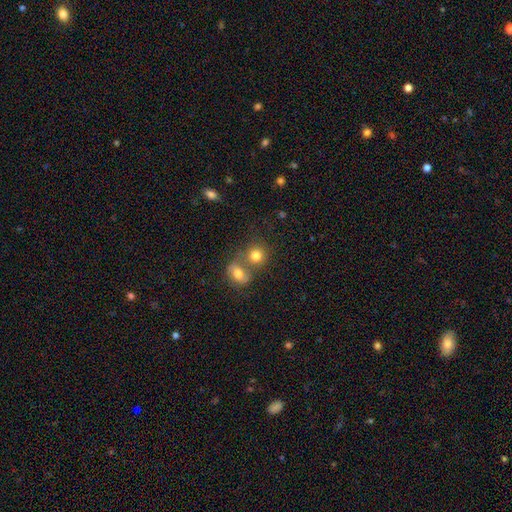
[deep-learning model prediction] smooth_or_featured: smooth (p=0.80) [alt: featured or disk p=0.11]
how_rounded: round (p=0.79) [alt: in between p=0.20]
merging: none (p=0.47) [alt: merger p=0.40]